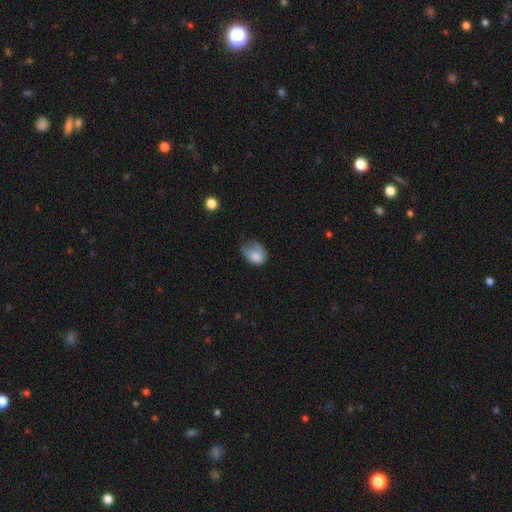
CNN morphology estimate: smooth-or-featured: smooth: 78% | featured or disk: 14% | star or artifact: 8%
  how-rounded: in between: 64% | round: 35% | cigar-shaped: 1%
  merging: minor disturbance: 40% | major disturbance: 34% | none: 23% | merger: 3%